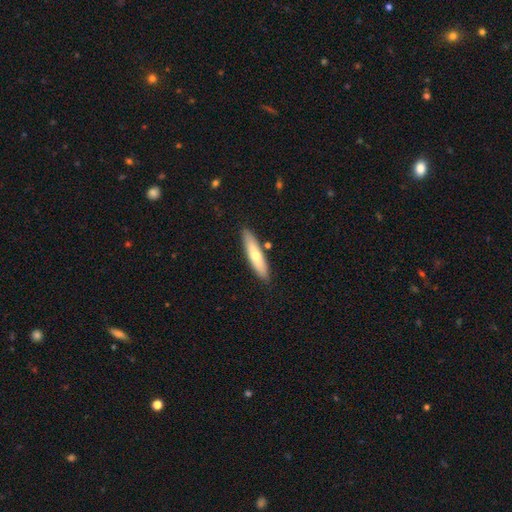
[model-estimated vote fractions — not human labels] smooth 61%, featured or disk 34%, star or artifact 5%. Down the decision tree: how rounded — cigar-shaped (77%); merging — none (85%).